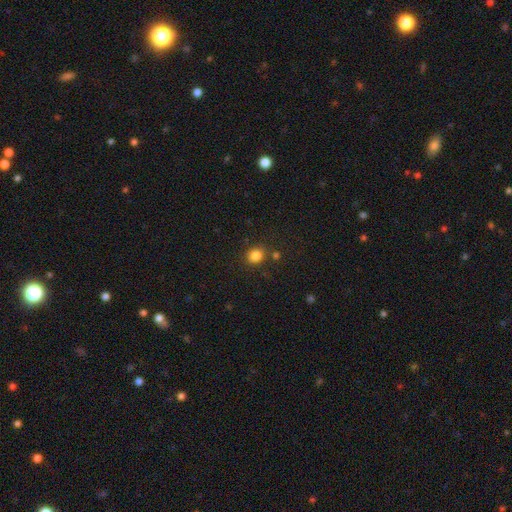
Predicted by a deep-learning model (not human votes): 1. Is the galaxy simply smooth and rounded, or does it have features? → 83% smooth, 12% star or artifact, 5% featured or disk.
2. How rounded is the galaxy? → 74% round, 25% in between, 1% cigar-shaped.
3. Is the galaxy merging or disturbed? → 81% none, 9% minor disturbance, 7% merger, 3% major disturbance.